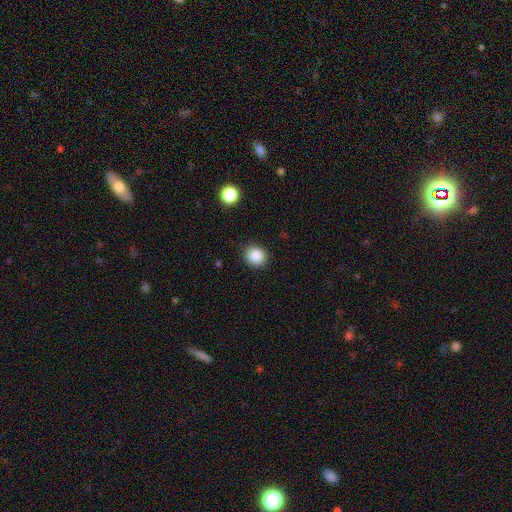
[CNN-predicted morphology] smooth 87%, star or artifact 9%, featured or disk 4%. Down the decision tree: how rounded — round (78%); merging — none (89%).